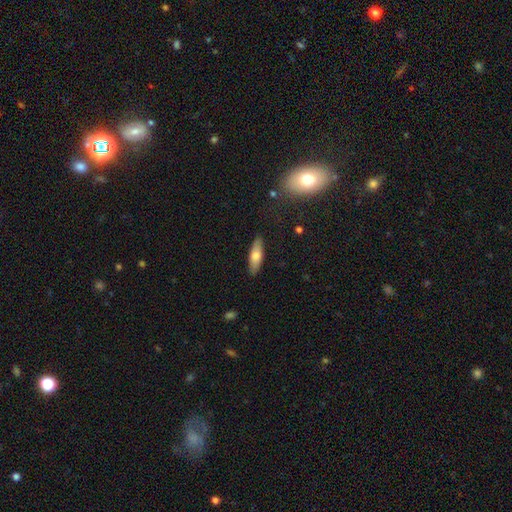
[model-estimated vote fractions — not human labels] Morphology: type=smooth (69%); roundness=cigar-shaped (51%); merging=none (88%).